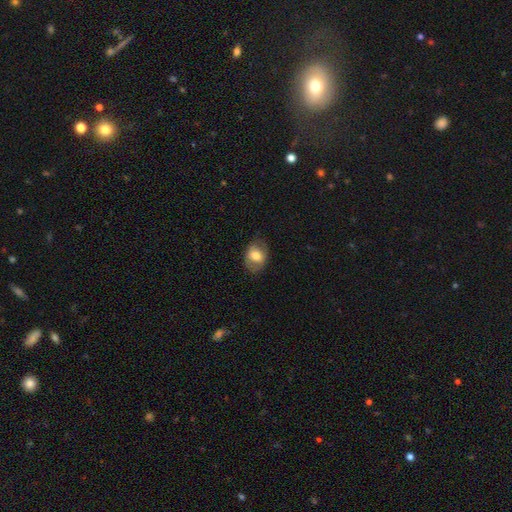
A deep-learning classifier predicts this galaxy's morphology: Q: Smooth or featured?
A: smooth (61%); runner-up: featured or disk (32%)
Q: How rounded?
A: in between (70%); runner-up: round (28%)
Q: Merging?
A: none (76%); runner-up: minor disturbance (17%)